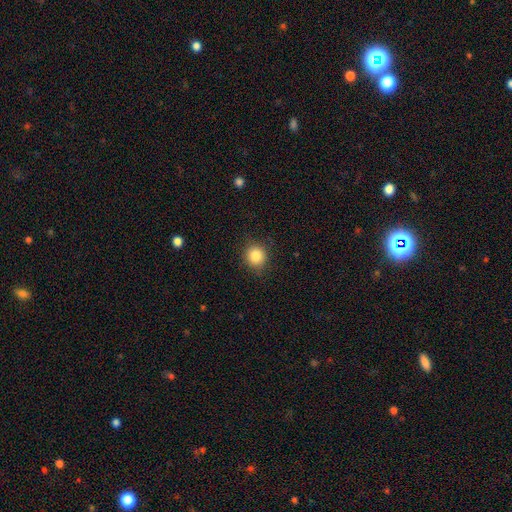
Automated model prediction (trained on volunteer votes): This is clearly a smooth galaxy (85%). How rounded: clearly round (89%). Merging: clearly none (88%).